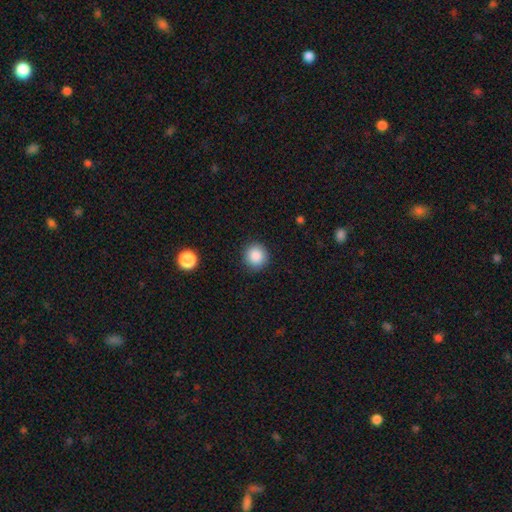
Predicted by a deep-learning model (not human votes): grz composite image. It shows a smooth galaxy with no disk features (87%) that is round (93%). Merging: none (90%).